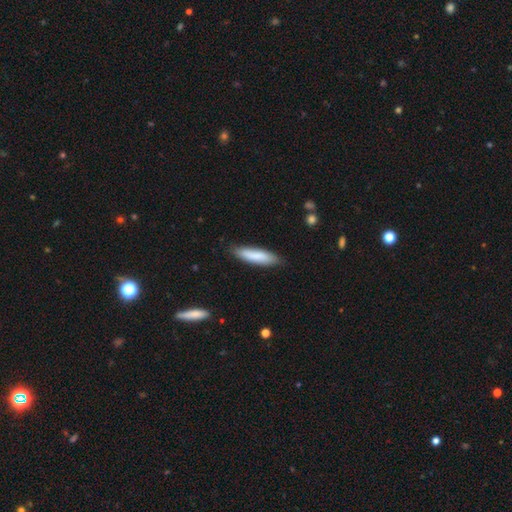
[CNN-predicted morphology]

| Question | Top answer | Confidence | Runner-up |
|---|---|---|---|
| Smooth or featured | smooth | 83% | featured or disk (11%) |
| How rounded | cigar-shaped | 71% | in between (28%) |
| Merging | none | 83% | minor disturbance (14%) |